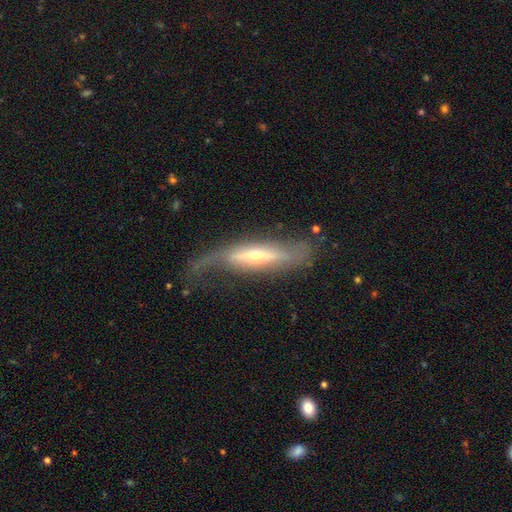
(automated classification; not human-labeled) The model was most divided on "merging": none: 45%, major disturbance: 27%, minor disturbance: 26%, merger: 3%. More confident: smooth or featured — featured or disk (71%); edge-on disk — yes (59%).